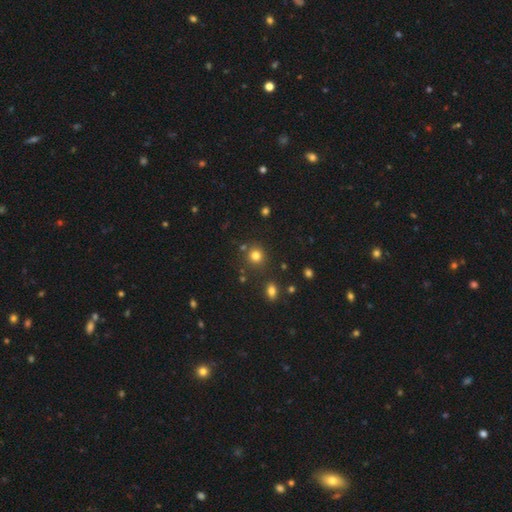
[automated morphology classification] Q: Smooth or featured?
A: smooth (78%); runner-up: star or artifact (15%)
Q: How rounded?
A: round (89%); runner-up: in between (10%)
Q: Merging?
A: none (81%); runner-up: minor disturbance (9%)